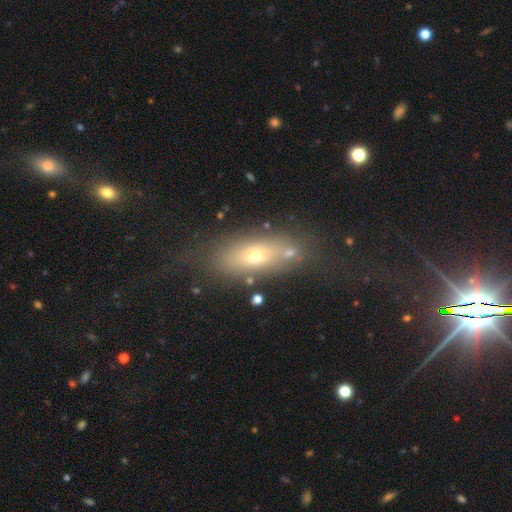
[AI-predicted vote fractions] A smooth galaxy with no disk features (55%) that is in between round and cigar-shaped (65%).

Vote fractions:
- Smooth or featured? smooth: 55% / featured or disk: 29% / star or artifact: 16%
- How rounded? in between: 65% / cigar-shaped: 25% / round: 9%
- Merging? none: 57% / minor disturbance: 16% / major disturbance: 14% / merger: 13%